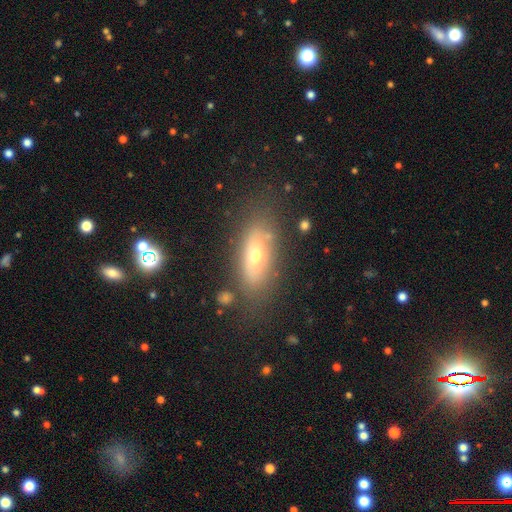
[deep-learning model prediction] Smooth or featured?
  - smooth: 54% *
  - featured or disk: 35%
  - star or artifact: 11%
How rounded?
  - in between: 75% *
  - cigar-shaped: 20%
  - round: 5%
Merging?
  - none: 73% *
  - minor disturbance: 16%
  - major disturbance: 7%
  - merger: 4%